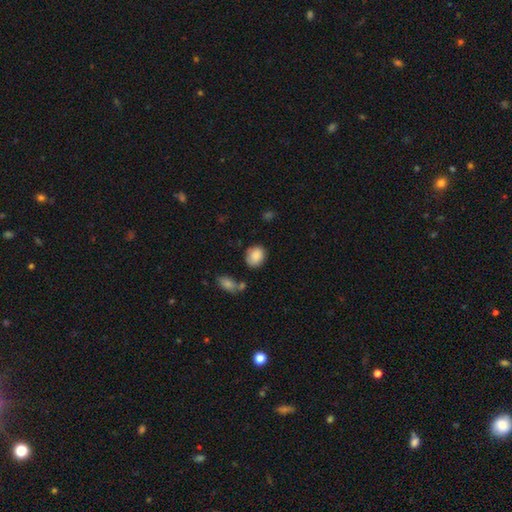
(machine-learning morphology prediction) Q: Smooth or featured?
A: smooth (86%); runner-up: star or artifact (7%)
Q: How rounded?
A: in between (52%); runner-up: round (46%)
Q: Merging?
A: none (73%); runner-up: minor disturbance (18%)